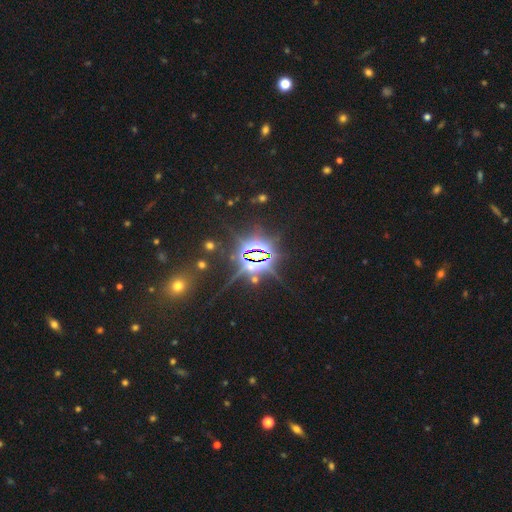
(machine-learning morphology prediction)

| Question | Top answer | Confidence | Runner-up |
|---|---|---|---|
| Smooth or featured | star or artifact | 82% | featured or disk (10%) |